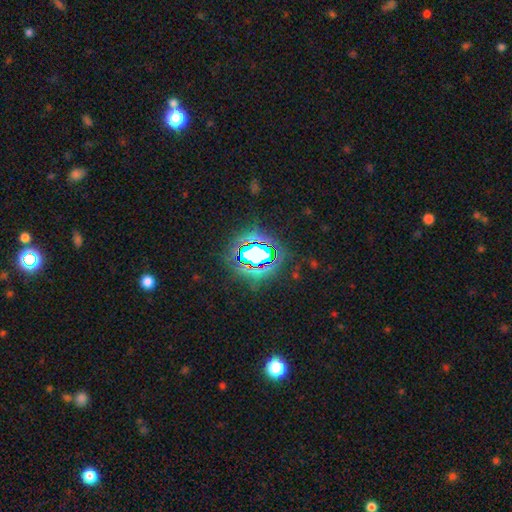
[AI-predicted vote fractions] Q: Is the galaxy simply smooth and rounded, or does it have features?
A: star or artifact — 69%.